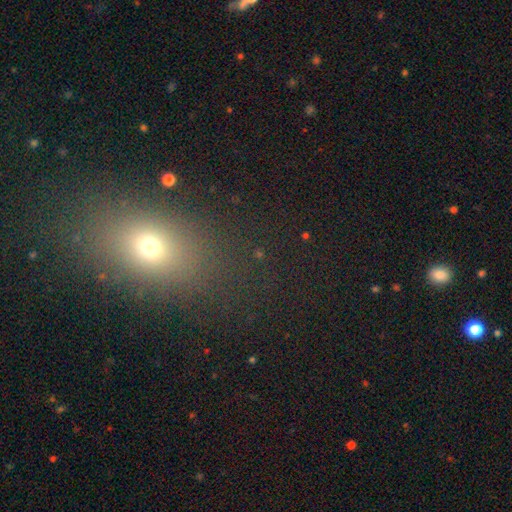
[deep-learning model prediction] Smooth or featured? smooth (58%)
How rounded? in between (60%)
Merging? none (84%)